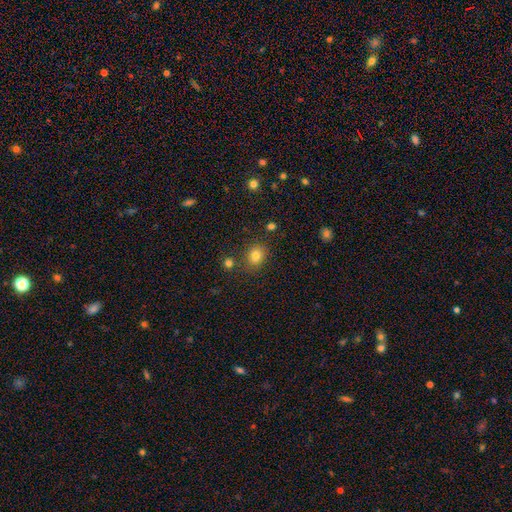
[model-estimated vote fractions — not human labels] This is likely a smooth galaxy (80%). How rounded: possibly round (59%). Merging: clearly none (80%).